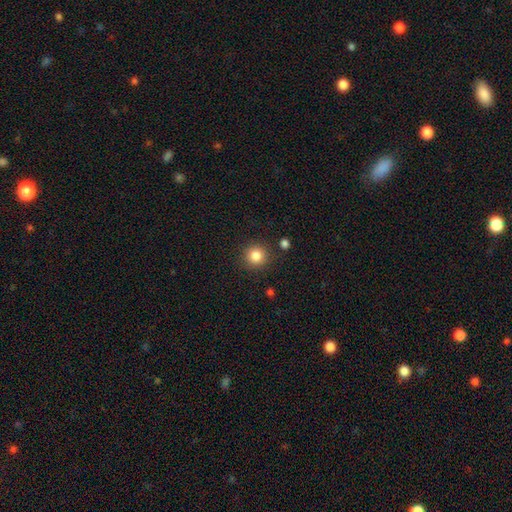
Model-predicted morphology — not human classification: Smooth or featured? Predicted: smooth (p=0.84). How rounded? Predicted: round (p=0.93). Merging? Predicted: none (p=0.87).